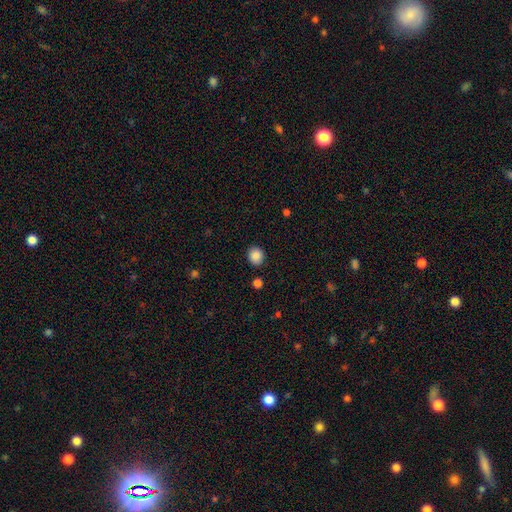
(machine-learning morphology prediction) Q: Smooth or featured?
A: smooth (87%); runner-up: star or artifact (9%)
Q: How rounded?
A: round (77%); runner-up: in between (23%)
Q: Merging?
A: none (89%); runner-up: minor disturbance (7%)